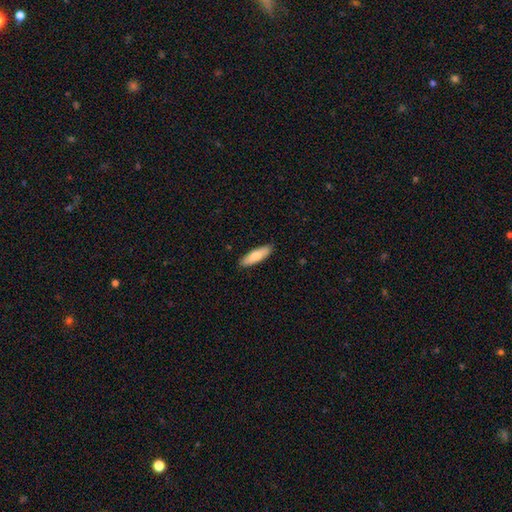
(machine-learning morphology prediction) A smooth galaxy with no disk features (78%) that is cigar-shaped (57%). Merging: none (89%).